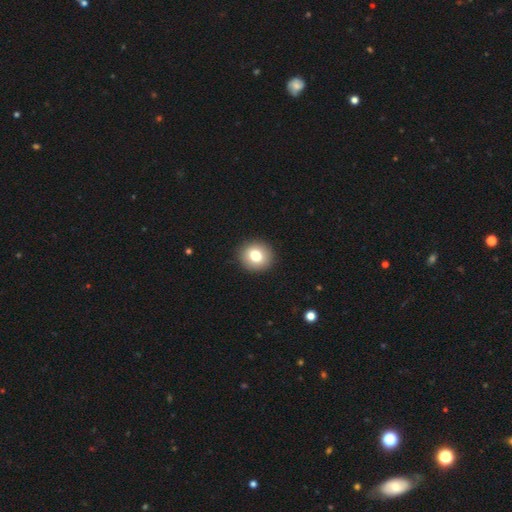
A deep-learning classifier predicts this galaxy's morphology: Overall: smooth (79%). How rounded: round (85%). Merging: none (92%).